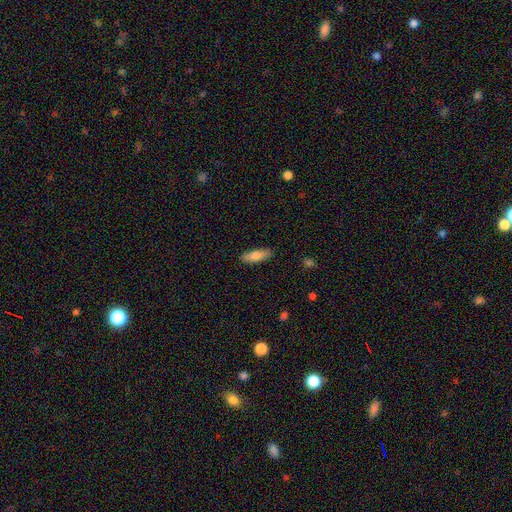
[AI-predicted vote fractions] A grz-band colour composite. It shows a smooth galaxy with no disk features (81%) that is in between round and cigar-shaped (55%). Merging: none (87%).